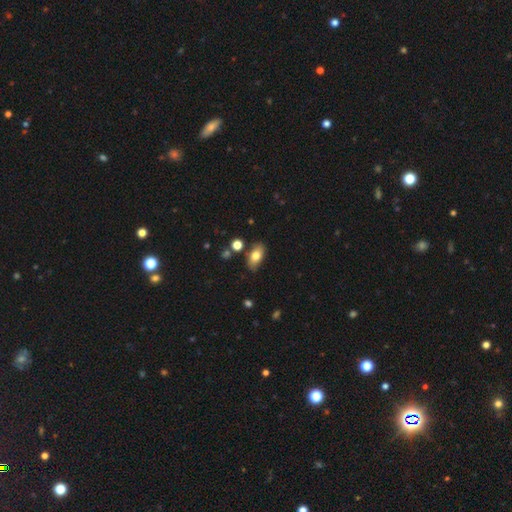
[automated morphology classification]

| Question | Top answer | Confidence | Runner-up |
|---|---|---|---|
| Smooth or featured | smooth | 76% | featured or disk (16%) |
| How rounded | in between | 90% | round (6%) |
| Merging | none | 79% | minor disturbance (13%) |